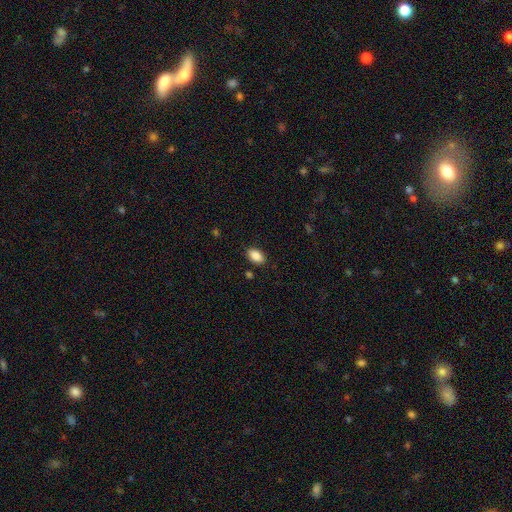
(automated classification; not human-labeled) Smooth or featured? smooth (88%)
How rounded? in between (91%)
Merging? none (87%)